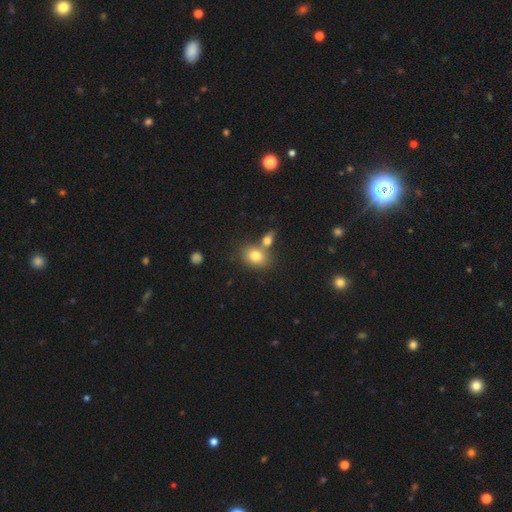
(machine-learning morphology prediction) Q: Smooth or featured?
A: smooth (80%); runner-up: featured or disk (11%)
Q: How rounded?
A: in between (65%); runner-up: round (34%)
Q: Merging?
A: none (50%); runner-up: merger (36%)